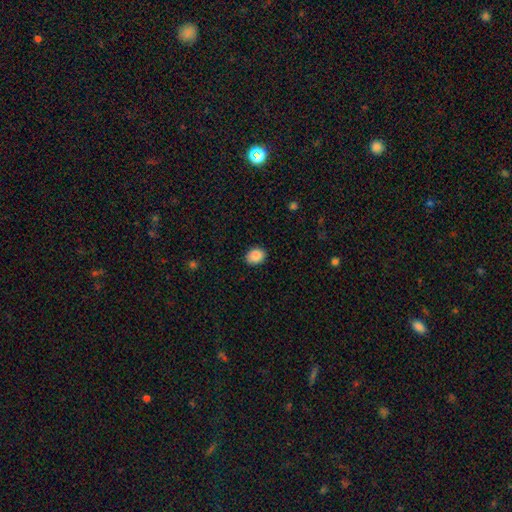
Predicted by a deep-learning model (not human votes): This is clearly a smooth galaxy (89%). How rounded: possibly in between (57%). Merging: clearly none (88%).